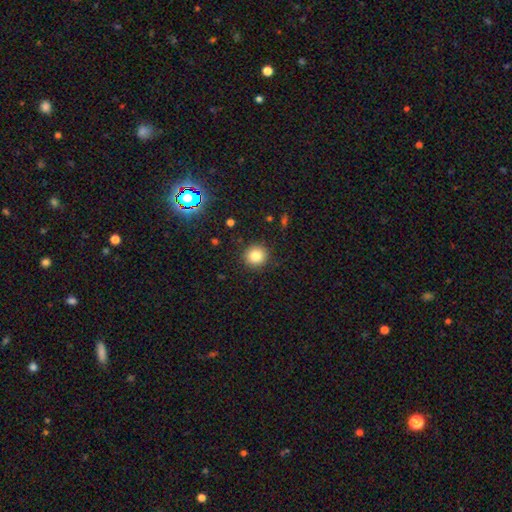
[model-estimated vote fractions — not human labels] A smooth galaxy with no disk features (82%) that is round (92%).

Vote fractions:
- Smooth or featured? smooth: 82% / star or artifact: 12% / featured or disk: 6%
- How rounded? round: 92% / in between: 7% / cigar-shaped: 1%
- Merging? none: 91% / minor disturbance: 6% / major disturbance: 2% / merger: 1%